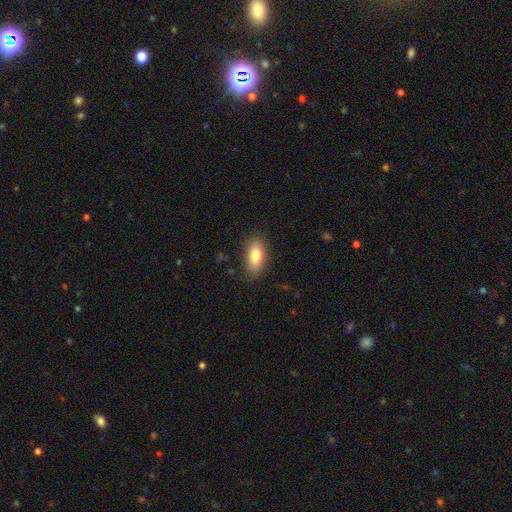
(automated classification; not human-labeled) This appears to be a smooth galaxy with no disk features (80%) that is in between round and cigar-shaped (84%). Merging: none (85%).